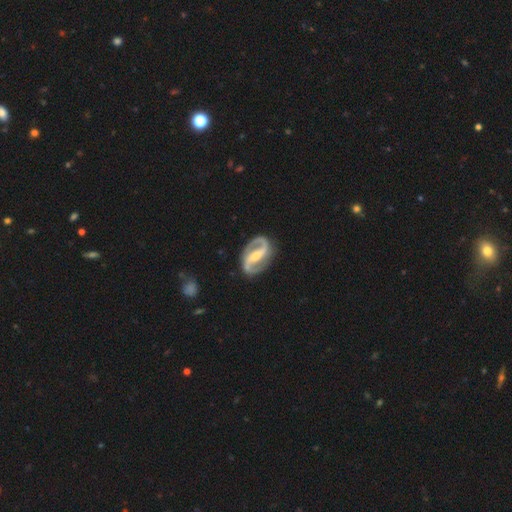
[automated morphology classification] Smooth or featured? Predicted: featured or disk (p=0.91). Edge-on disk? Predicted: no (p=0.97). Bar? Predicted: strong (p=0.63). Spiral arms? Predicted: yes (p=0.96). Spiral winding? Predicted: medium (p=0.55). Spiral arm count? Predicted: 2 (p=0.94). Bulge size? Predicted: moderate (p=0.51). Merging? Predicted: none (p=0.85).